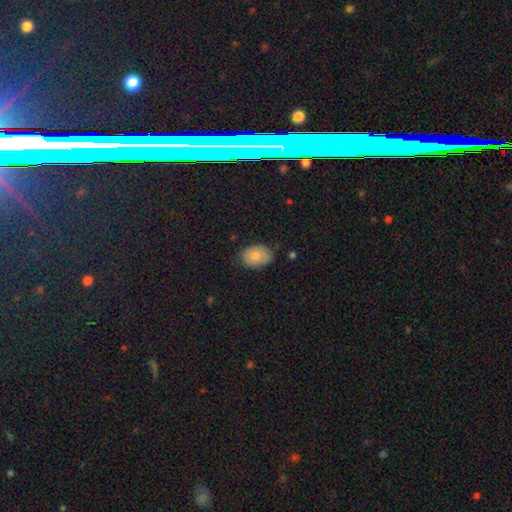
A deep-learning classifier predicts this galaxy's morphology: A smooth galaxy with no disk features (77%) that is in between round and cigar-shaped (76%). Merging: none (72%).